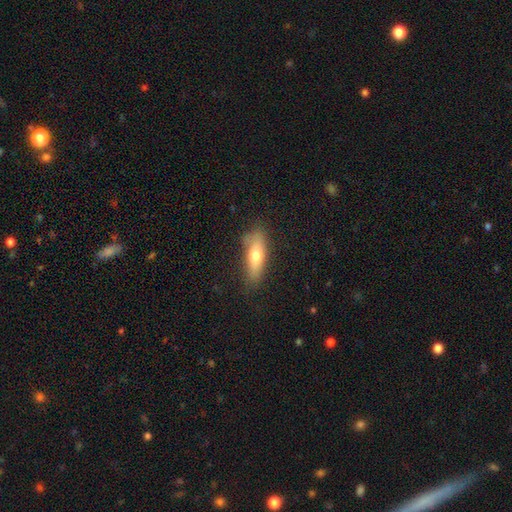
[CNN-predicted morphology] smooth 67%, featured or disk 26%, star or artifact 7%. Down the decision tree: how rounded — in between (57%); merging — none (72%).